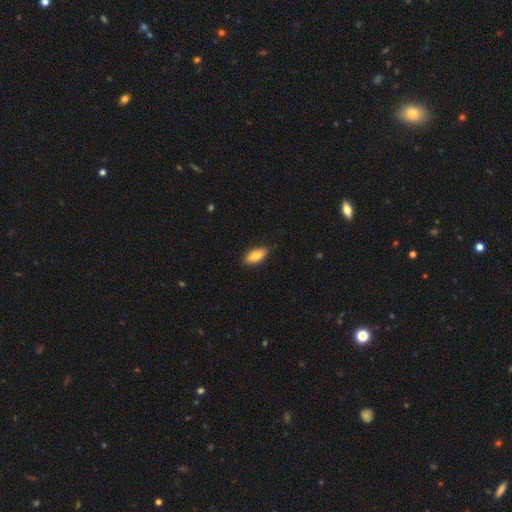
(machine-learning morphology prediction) Q: Smooth or featured?
A: smooth (85%); runner-up: featured or disk (8%)
Q: How rounded?
A: in between (88%); runner-up: cigar-shaped (9%)
Q: Merging?
A: none (86%); runner-up: minor disturbance (11%)